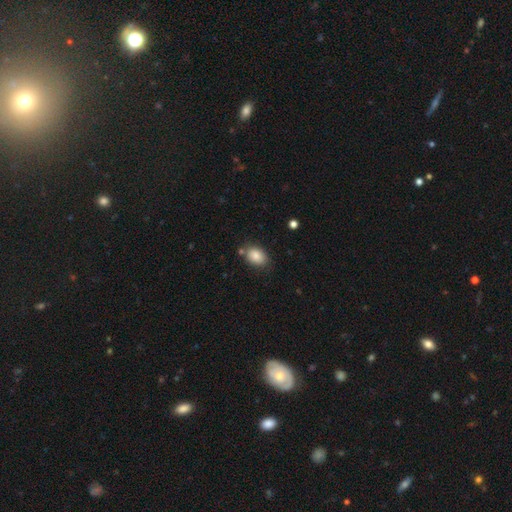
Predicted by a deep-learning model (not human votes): smooth 86%, star or artifact 8%, featured or disk 6%. Down the decision tree: how rounded — in between (76%); merging — none (76%).